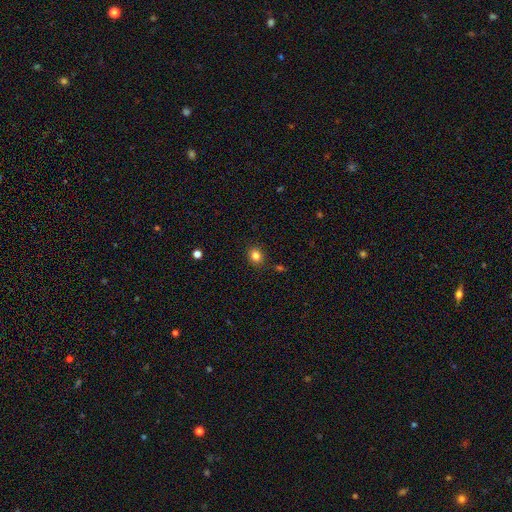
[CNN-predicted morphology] This is clearly a smooth galaxy (83%). How rounded: likely round (72%). Merging: clearly none (87%).